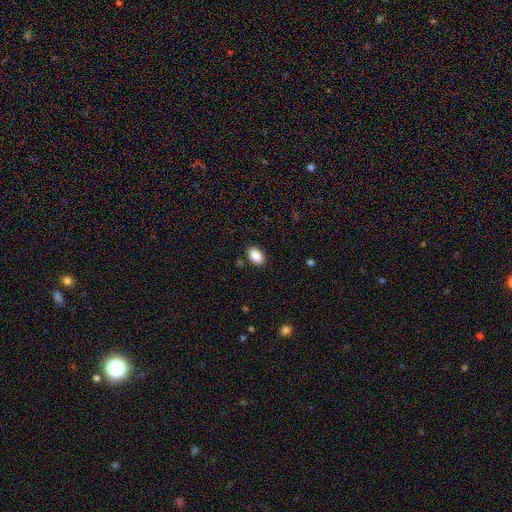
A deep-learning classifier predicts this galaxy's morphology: A smooth galaxy with no disk features (87%) that is in between round and cigar-shaped (90%). Merging: none (87%).